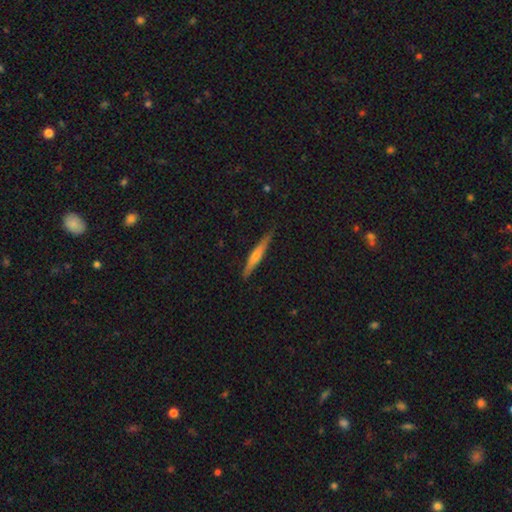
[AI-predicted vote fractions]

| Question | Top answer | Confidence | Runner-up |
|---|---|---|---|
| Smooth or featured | featured or disk | 49% | smooth (45%) |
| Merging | none | 86% | minor disturbance (11%) |